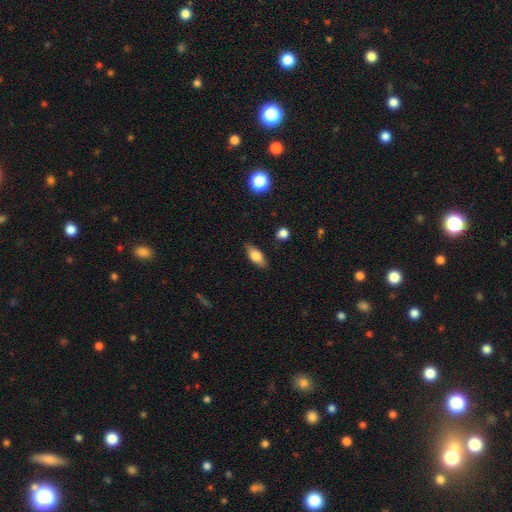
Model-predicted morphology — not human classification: This is likely a smooth galaxy (71%). How rounded: likely in between (80%). Merging: clearly none (84%).